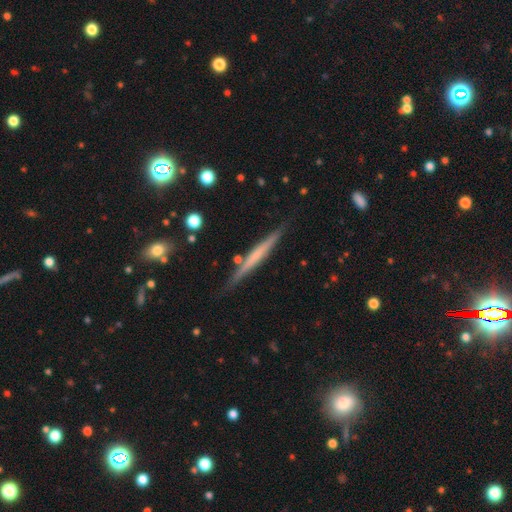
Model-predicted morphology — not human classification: featured or disk 56%, smooth 38%, star or artifact 6%. Down the decision tree: edge-on disk — yes (97%); edge-on bulge — none (73%); merging — none (87%).